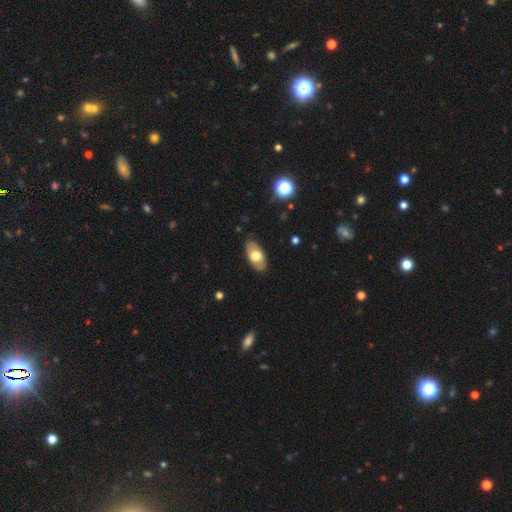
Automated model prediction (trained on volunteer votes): smooth_or_featured: smooth (p=0.66) [alt: featured or disk p=0.28]
how_rounded: in between (p=0.93) [alt: round p=0.04]
merging: none (p=0.84) [alt: minor disturbance p=0.12]